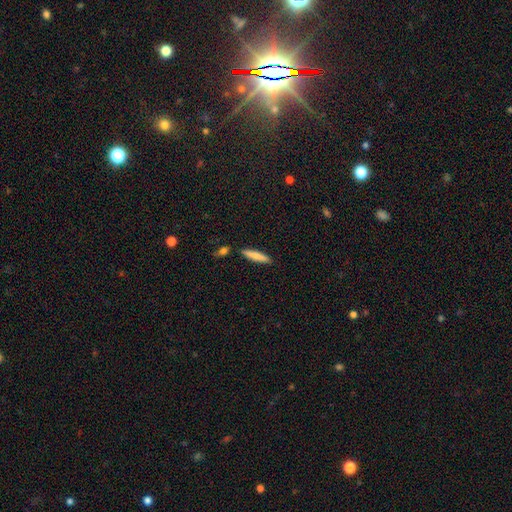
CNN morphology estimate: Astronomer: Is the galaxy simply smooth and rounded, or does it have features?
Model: smooth — 77%.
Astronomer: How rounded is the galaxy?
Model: cigar-shaped — 87%.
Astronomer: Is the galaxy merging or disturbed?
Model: none — 87%.